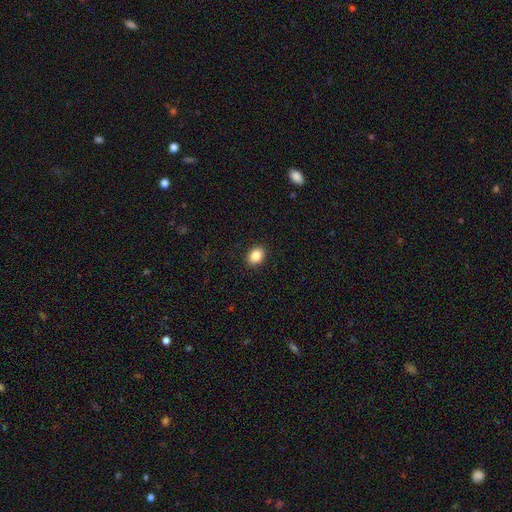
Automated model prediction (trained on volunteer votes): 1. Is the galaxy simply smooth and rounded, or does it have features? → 88% smooth, 9% star or artifact, 4% featured or disk.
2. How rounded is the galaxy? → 65% in between, 34% round, 1% cigar-shaped.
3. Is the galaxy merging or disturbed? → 90% none, 7% minor disturbance, 2% major disturbance, 1% merger.